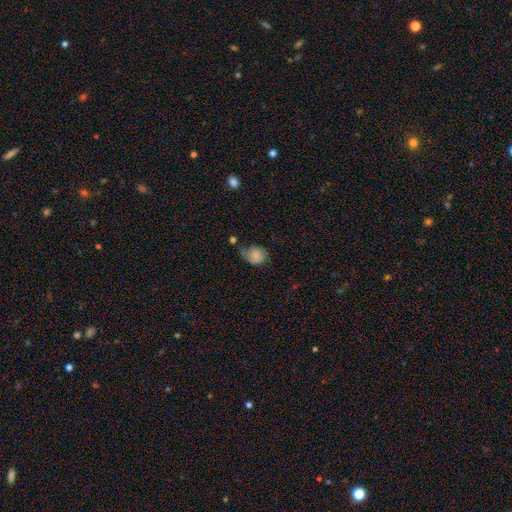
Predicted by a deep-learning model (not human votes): A smooth galaxy with no disk features (73%) that is round (65%). Merging: none (34%).